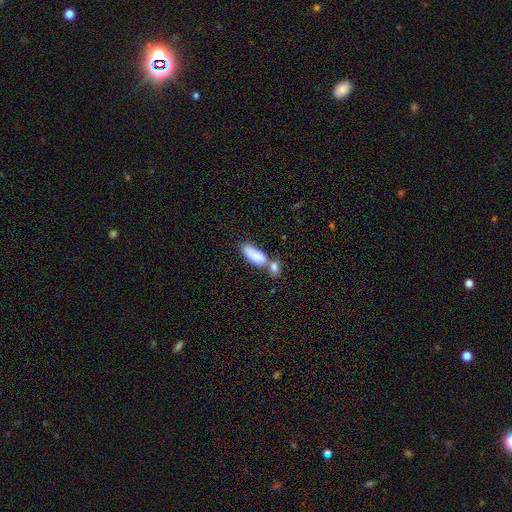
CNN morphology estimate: Smooth or featured? smooth (82%)
How rounded? in between (78%)
Merging? merger (49%)